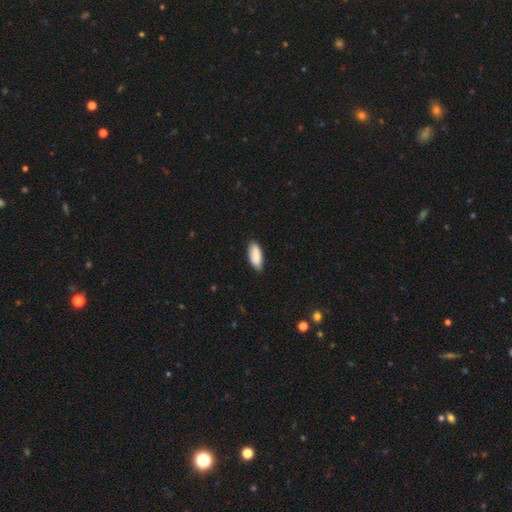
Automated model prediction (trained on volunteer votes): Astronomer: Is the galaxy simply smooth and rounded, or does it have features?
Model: smooth — 87%.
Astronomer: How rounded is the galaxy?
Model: in between — 84%.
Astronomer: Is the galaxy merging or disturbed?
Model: none — 83%.